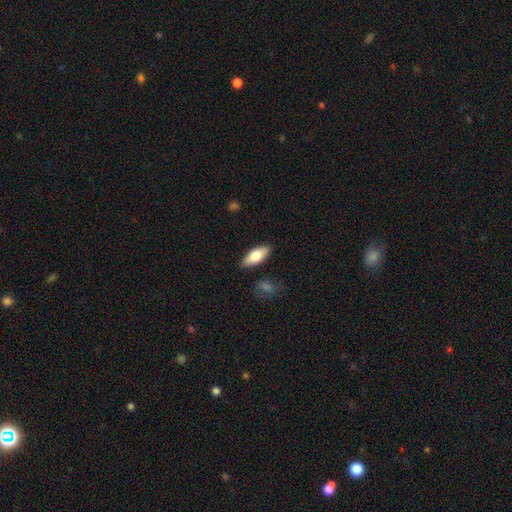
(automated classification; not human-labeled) A smooth galaxy with no disk features (73%) that is in between round and cigar-shaped (79%). Merging: none (86%).